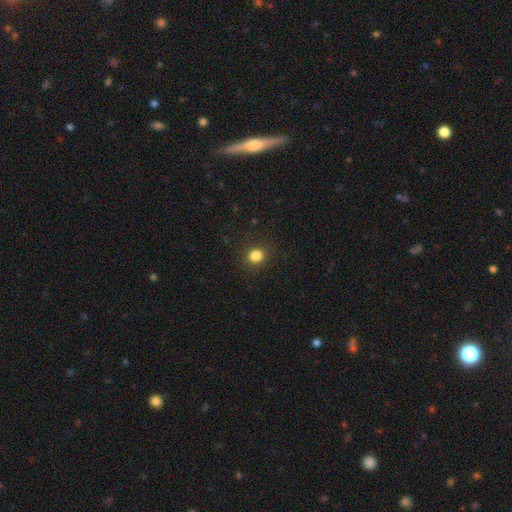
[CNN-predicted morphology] smooth_or_featured: smooth (p=0.84) [alt: star or artifact p=0.12]
how_rounded: round (p=0.83) [alt: in between p=0.16]
merging: none (p=0.89) [alt: minor disturbance p=0.08]